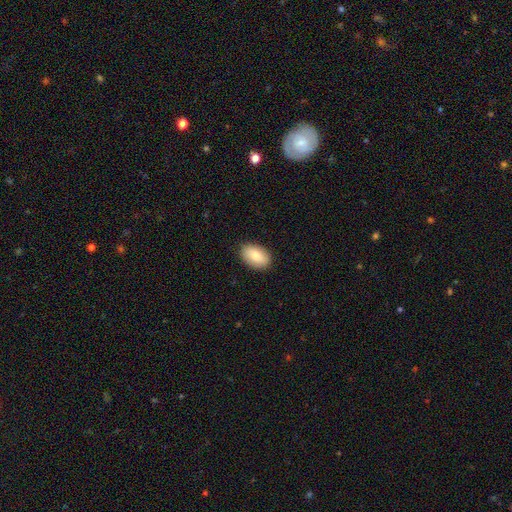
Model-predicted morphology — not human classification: This appears to be a smooth galaxy with no disk features (84%) that is in between round and cigar-shaped (92%). Merging: none (88%).